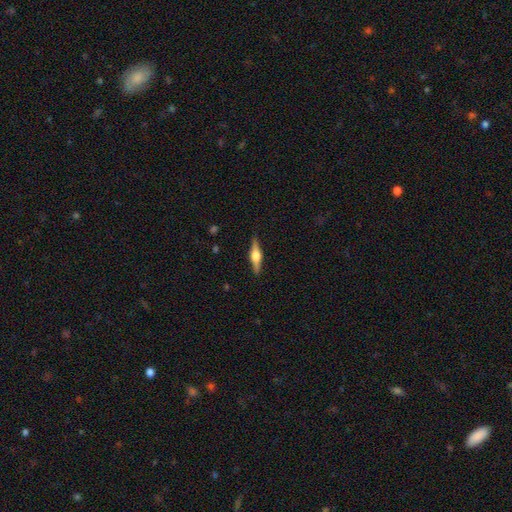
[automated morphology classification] Overall: featured or disk (68%). Edge-on disk: yes (97%). Edge-on bulge: rounded (92%). Merging: none (89%).